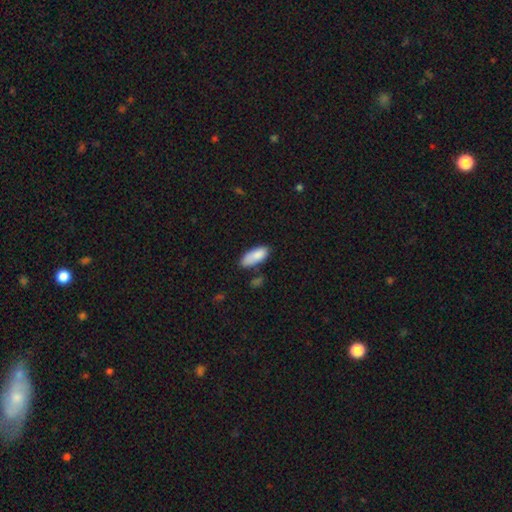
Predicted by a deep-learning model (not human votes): This is clearly a smooth galaxy (86%). How rounded: clearly in between (81%). Merging: likely none (61%).